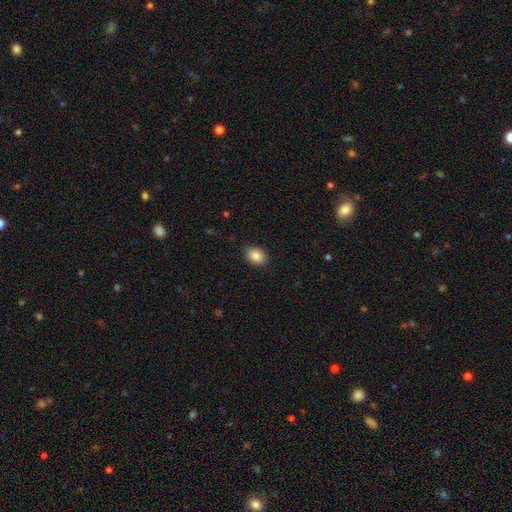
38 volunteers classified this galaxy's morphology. smooth_or_featured: smooth (p=0.92) [alt: star or artifact p=0.05]
how_rounded: in between (p=0.83) [alt: round p=0.17]
merging: none (p=0.86) [alt: minor disturbance p=0.14]